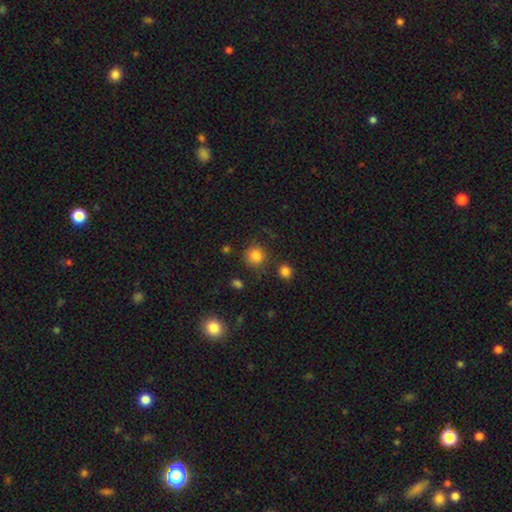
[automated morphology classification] This is clearly a smooth galaxy (82%). How rounded: clearly round (90%). Merging: likely none (79%).